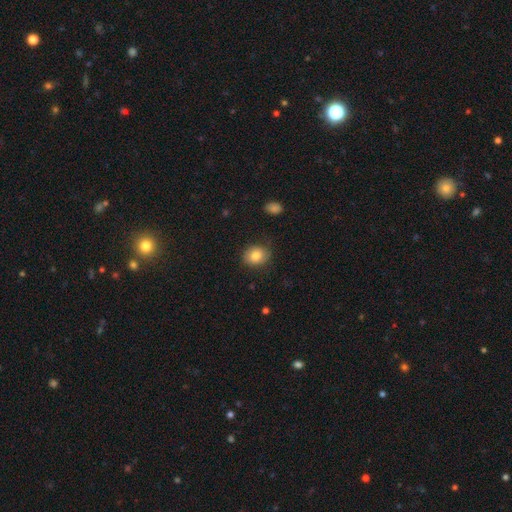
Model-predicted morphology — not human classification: smooth_or_featured: smooth (p=0.81) [alt: featured or disk p=0.10]
how_rounded: round (p=0.58) [alt: in between p=0.41]
merging: none (p=0.79) [alt: minor disturbance p=0.15]